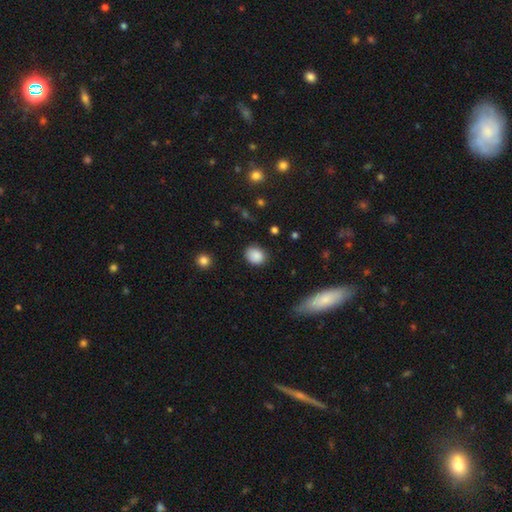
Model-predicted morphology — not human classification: smooth_or_featured: smooth (p=0.87) [alt: star or artifact p=0.09]
how_rounded: round (p=0.60) [alt: in between p=0.39]
merging: none (p=0.82) [alt: minor disturbance p=0.13]